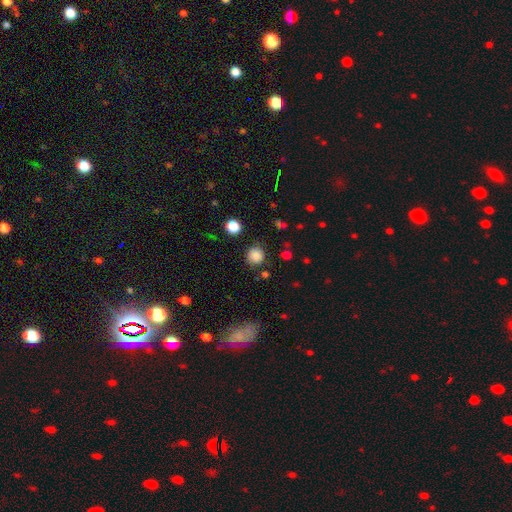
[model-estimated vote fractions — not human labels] A smooth galaxy with no disk features (85%) that is round (89%). Merging: none (83%).